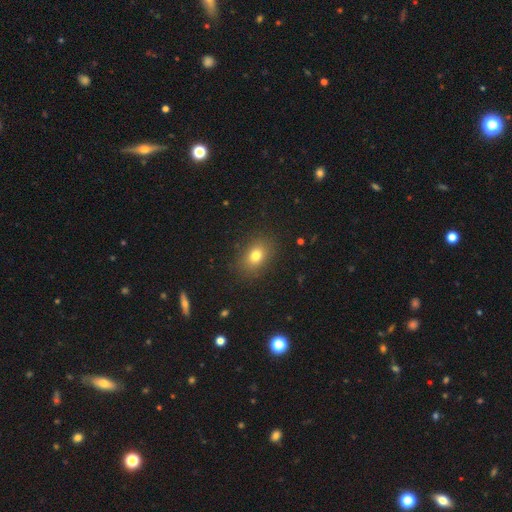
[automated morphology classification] Smooth or featured?
  - smooth: 78% *
  - star or artifact: 13%
  - featured or disk: 10%
How rounded?
  - in between: 66% *
  - round: 32%
  - cigar-shaped: 1%
Merging?
  - none: 87% *
  - minor disturbance: 9%
  - major disturbance: 3%
  - merger: 1%